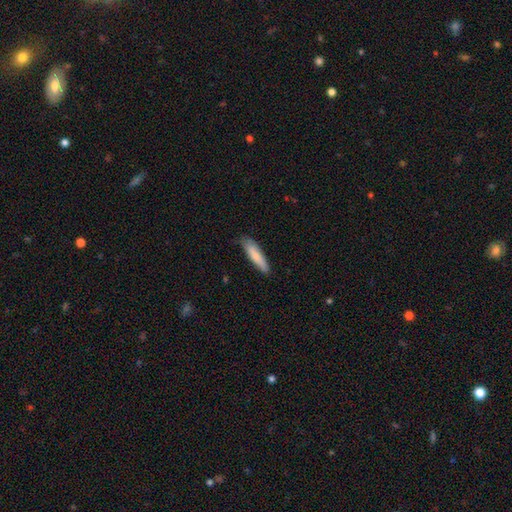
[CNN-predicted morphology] smooth-or-featured: smooth: 82% | featured or disk: 12% | star or artifact: 6%
  how-rounded: cigar-shaped: 79% | in between: 20% | round: 1%
  merging: none: 74% | minor disturbance: 21% | major disturbance: 3% | merger: 1%